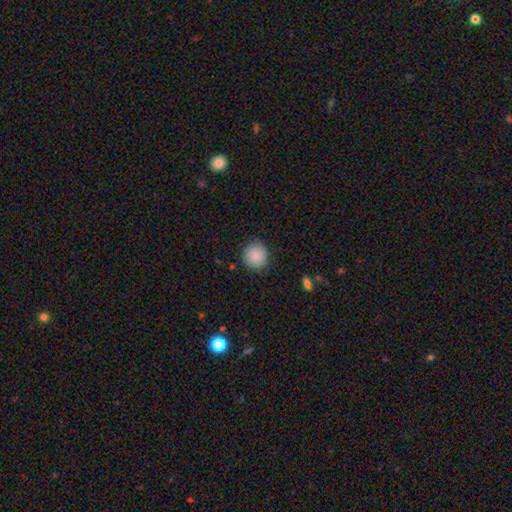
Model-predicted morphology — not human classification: Overall: smooth (85%). How rounded: round (92%). Merging: none (86%).